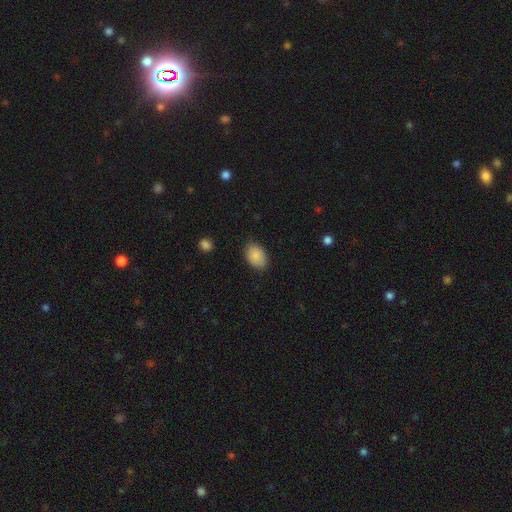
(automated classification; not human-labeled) smooth_or_featured: smooth (p=0.88) [alt: star or artifact p=0.07]
how_rounded: in between (p=0.85) [alt: round p=0.14]
merging: none (p=0.83) [alt: minor disturbance p=0.13]